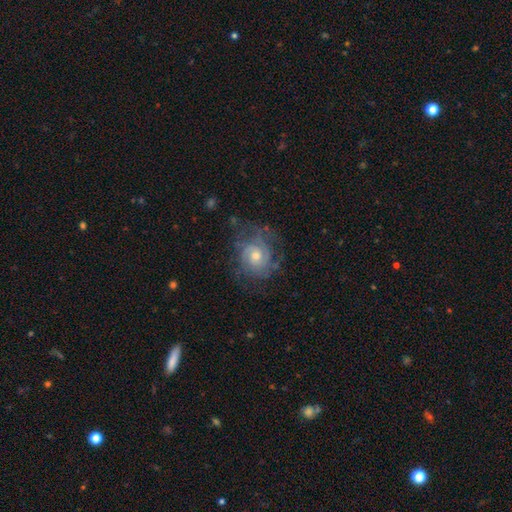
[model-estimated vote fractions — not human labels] A featured or disk galaxy (74%) with no bar (75%), tight (57%) spiral arms (87%) and a moderate central bulge (57%).

Vote fractions:
- Smooth or featured? featured or disk: 74% / smooth: 17% / star or artifact: 9%
- Edge-on disk? no: 97% / yes: 3%
- Bar? no: 75% / weak: 22% / strong: 3%
- Spiral arms? yes: 87% / no: 13%
- Spiral winding? tight: 57% / medium: 33% / loose: 11%
- Spiral arm count? can't tell: 44% / 2: 24% / 3: 16% / 4: 7% / 1: 5% / more than 4: 4%
- Bulge size? moderate: 57% / small: 37% / large: 4% / none: 1% / dominant: 1%
- Merging? none: 65% / minor disturbance: 20% / major disturbance: 14% / merger: 1%